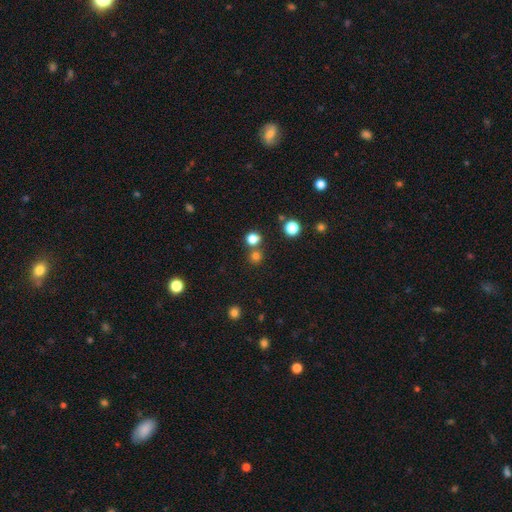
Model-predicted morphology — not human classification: A smooth galaxy with no disk features (75%) that is round (91%). Merging: none (70%).